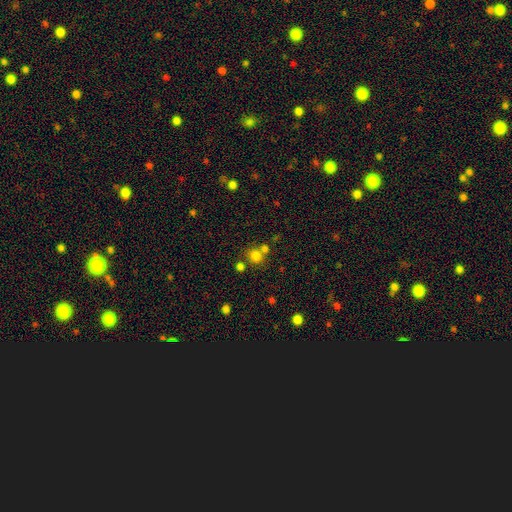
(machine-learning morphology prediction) smooth_or_featured: smooth (p=0.76) [alt: star or artifact p=0.17]
how_rounded: round (p=0.81) [alt: in between p=0.18]
merging: none (p=0.61) [alt: merger p=0.26]